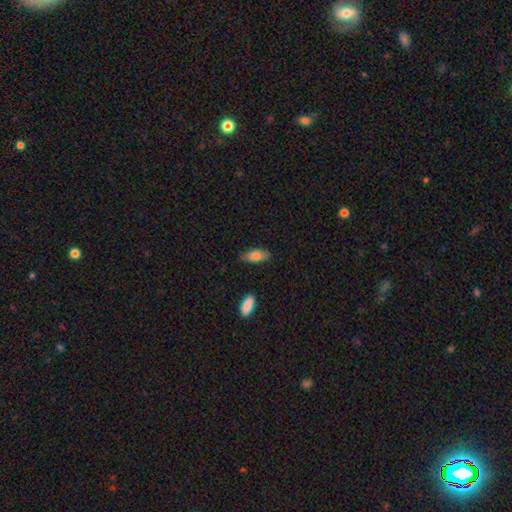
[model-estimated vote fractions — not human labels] This appears to be a smooth galaxy with no disk features (80%) that is in between round and cigar-shaped (85%). Merging: none (81%).